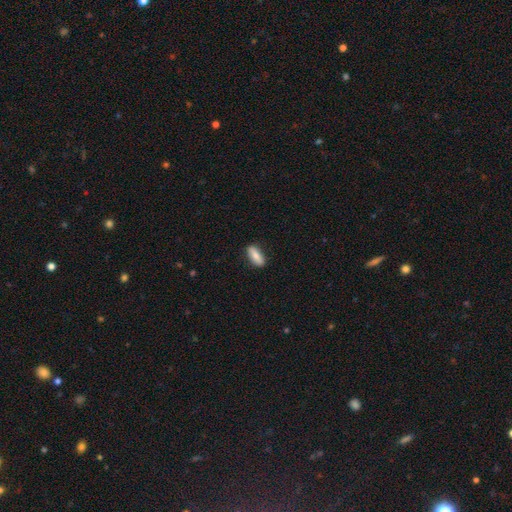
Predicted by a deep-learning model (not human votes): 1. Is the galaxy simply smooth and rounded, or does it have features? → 76% smooth, 18% featured or disk, 6% star or artifact.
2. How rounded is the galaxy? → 74% in between, 23% cigar-shaped, 3% round.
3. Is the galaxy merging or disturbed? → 85% none, 12% minor disturbance, 2% major disturbance, 1% merger.